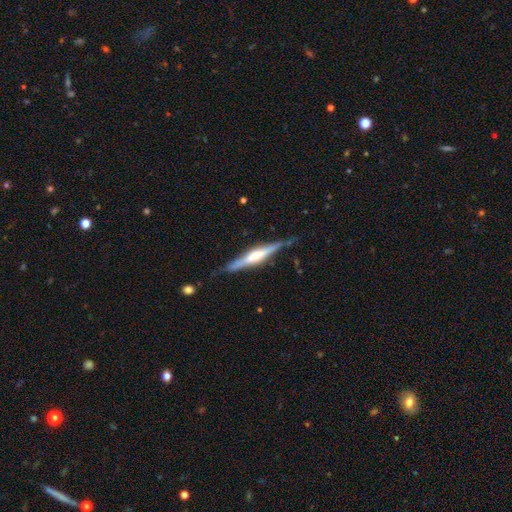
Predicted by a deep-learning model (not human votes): Smooth or featured: featured or disk — 72% (smooth — 22%)
Edge-on disk: yes — 97% (no — 3%)
Edge-on bulge: rounded — 63% (boxy — 24%)
Merging: none — 80% (minor disturbance — 15%)